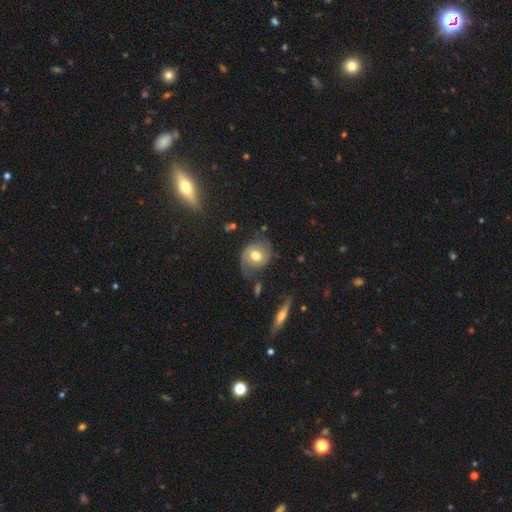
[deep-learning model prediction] The model was most divided on "smooth or featured": featured or disk: 57%, smooth: 36%, star or artifact: 7%. More confident: edge-on disk — no (95%); spiral arms — yes (80%); bulge size — moderate (73%); bar — no (72%); merging — none (59%).